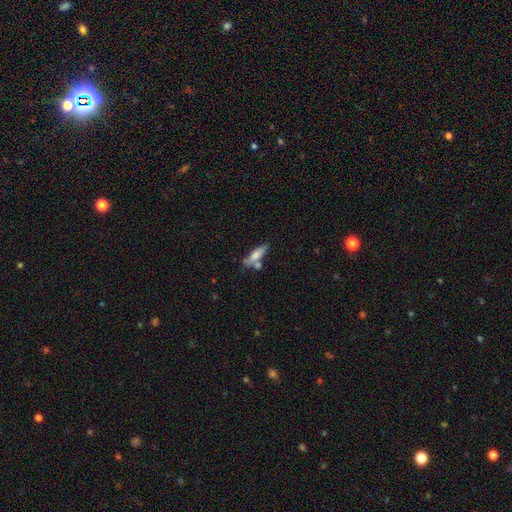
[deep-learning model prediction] Smooth or featured? smooth (65%)
How rounded? cigar-shaped (62%)
Merging? none (56%)